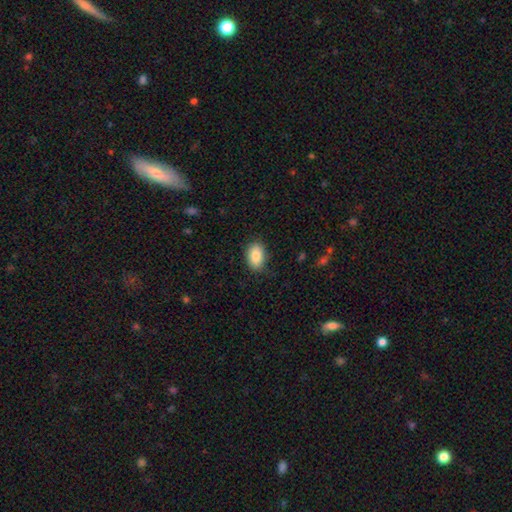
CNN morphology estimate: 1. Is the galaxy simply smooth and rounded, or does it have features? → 85% smooth, 8% featured or disk, 7% star or artifact.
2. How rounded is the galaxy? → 87% in between, 12% round, 1% cigar-shaped.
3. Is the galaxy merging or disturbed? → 82% none, 14% minor disturbance, 3% major disturbance, 1% merger.